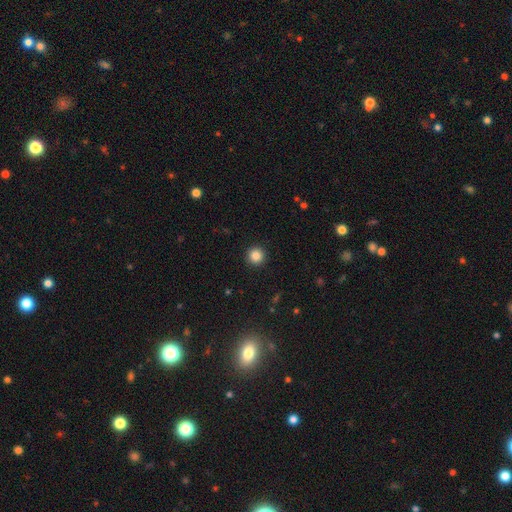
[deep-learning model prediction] smooth_or_featured: smooth (p=0.85) [alt: star or artifact p=0.11]
how_rounded: round (p=0.96) [alt: in between p=0.03]
merging: none (p=0.93) [alt: minor disturbance p=0.04]